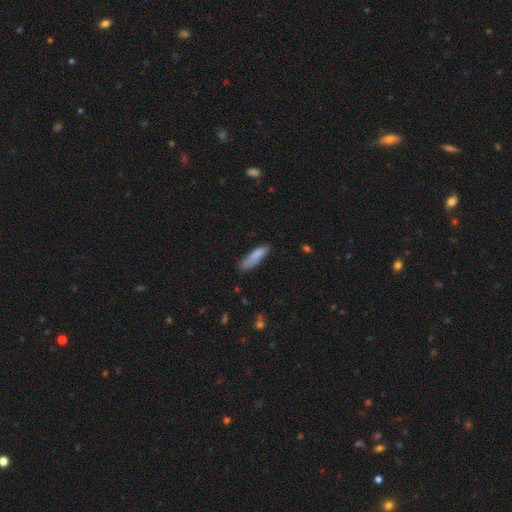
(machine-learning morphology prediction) smooth-or-featured: smooth: 80% | featured or disk: 13% | star or artifact: 7%
  how-rounded: cigar-shaped: 70% | in between: 28% | round: 1%
  merging: none: 61% | minor disturbance: 27% | major disturbance: 8% | merger: 4%